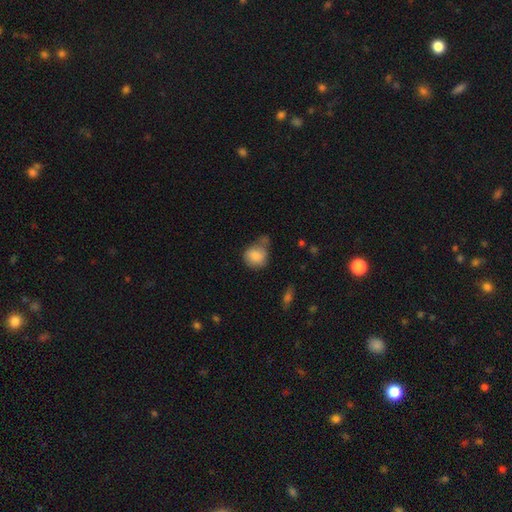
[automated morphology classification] A smooth galaxy with no disk features (83%) that is round (74%). Merging: none (48%).